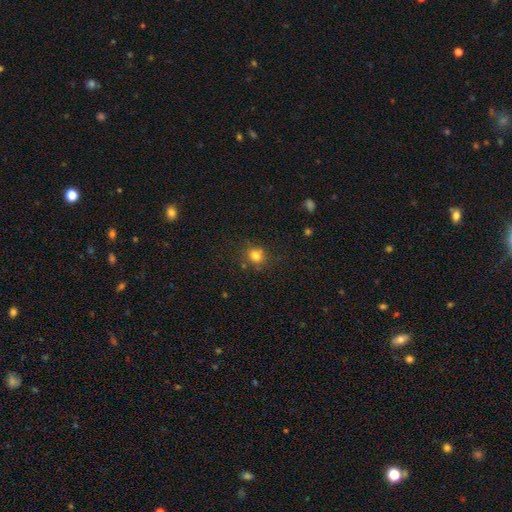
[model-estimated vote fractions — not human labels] Morphology: type=smooth (78%); roundness=round (72%); merging=none (76%).